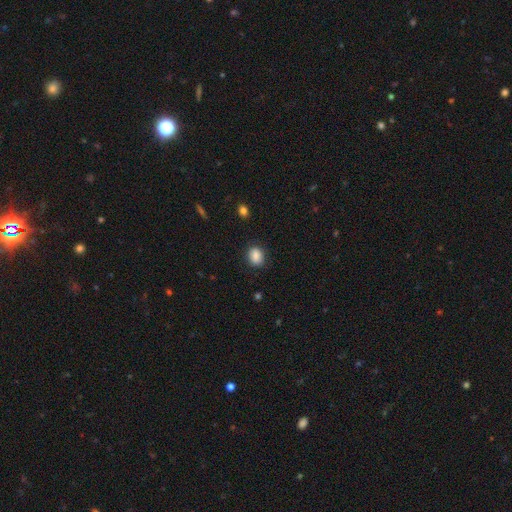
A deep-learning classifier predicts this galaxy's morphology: Smooth or featured? smooth (84%)
How rounded? in between (52%)
Merging? none (83%)